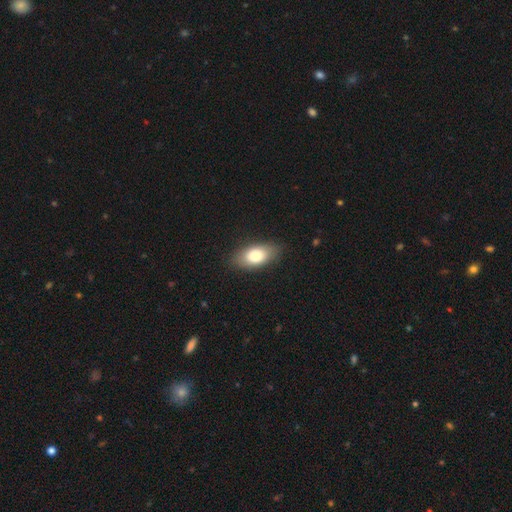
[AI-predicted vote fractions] A smooth galaxy with no disk features (78%) that is in between round and cigar-shaped (90%). Merging: none (83%).